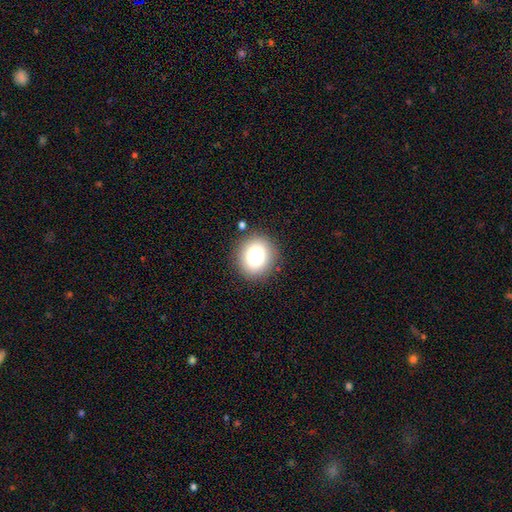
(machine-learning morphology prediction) The model was most divided on "smooth or featured": smooth: 78%, star or artifact: 13%, featured or disk: 9%. More confident: merging — none (85%); how rounded — round (82%).